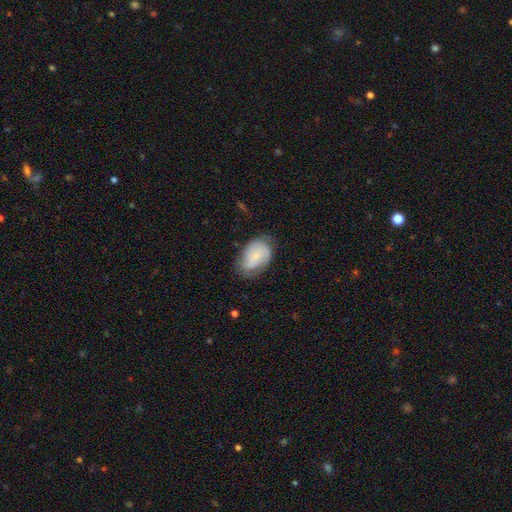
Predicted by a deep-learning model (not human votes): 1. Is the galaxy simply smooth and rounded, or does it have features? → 50% smooth, 42% featured or disk, 8% star or artifact.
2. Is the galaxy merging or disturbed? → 61% none, 28% minor disturbance, 10% major disturbance, 2% merger.